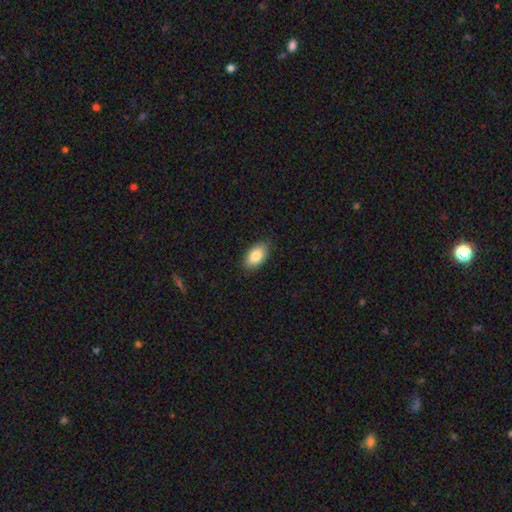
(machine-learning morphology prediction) Smooth or featured? smooth (84%)
How rounded? in between (93%)
Merging? none (86%)